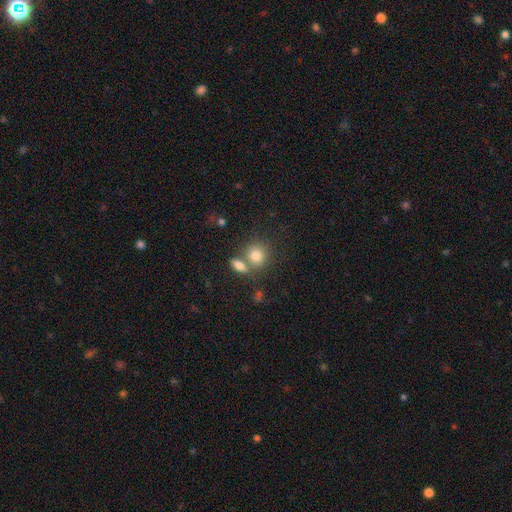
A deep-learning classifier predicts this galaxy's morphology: smooth_or_featured: smooth (p=0.79) [alt: featured or disk p=0.10]
how_rounded: round (p=0.74) [alt: in between p=0.24]
merging: none (p=0.53) [alt: merger p=0.33]